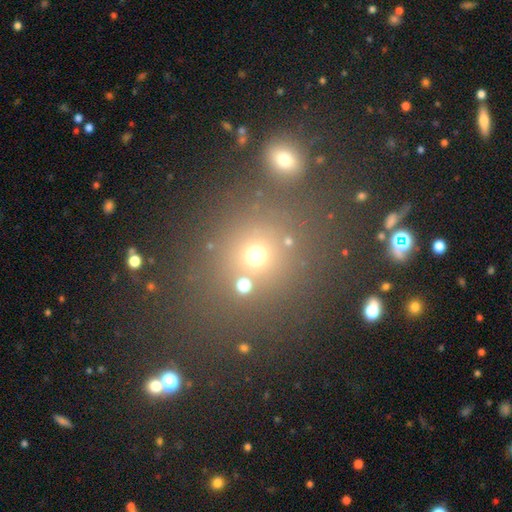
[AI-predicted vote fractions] smooth 65%, star or artifact 25%, featured or disk 10%. Down the decision tree: how rounded — round (82%); merging — none (71%).